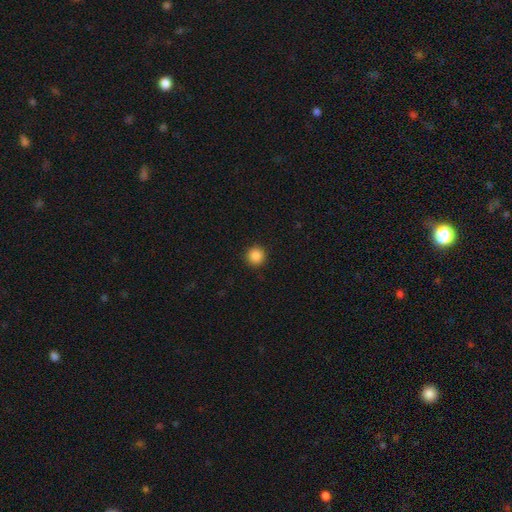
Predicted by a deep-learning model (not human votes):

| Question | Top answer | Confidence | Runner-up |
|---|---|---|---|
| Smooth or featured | smooth | 87% | star or artifact (10%) |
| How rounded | round | 95% | in between (4%) |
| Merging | none | 92% | minor disturbance (5%) |